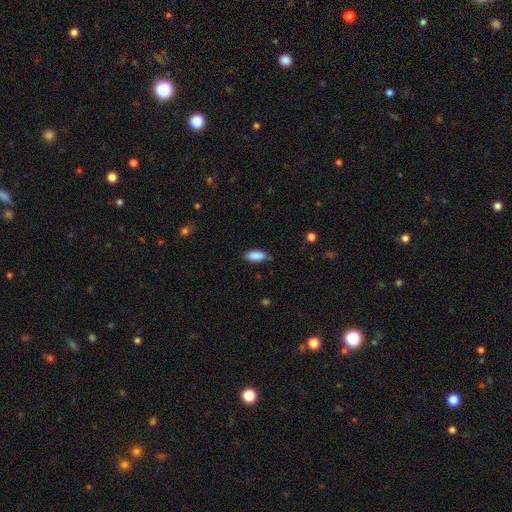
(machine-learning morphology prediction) smooth 89%, star or artifact 7%, featured or disk 5%. Down the decision tree: how rounded — in between (85%); merging — none (77%).